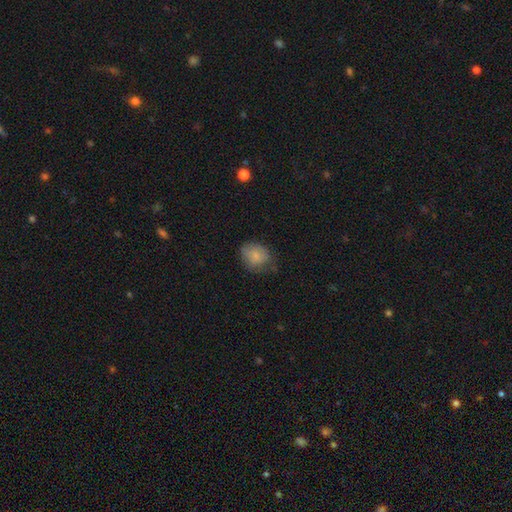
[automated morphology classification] Q: Smooth or featured?
A: smooth (81%); runner-up: featured or disk (10%)
Q: How rounded?
A: round (55%); runner-up: in between (44%)
Q: Merging?
A: none (56%); runner-up: minor disturbance (32%)